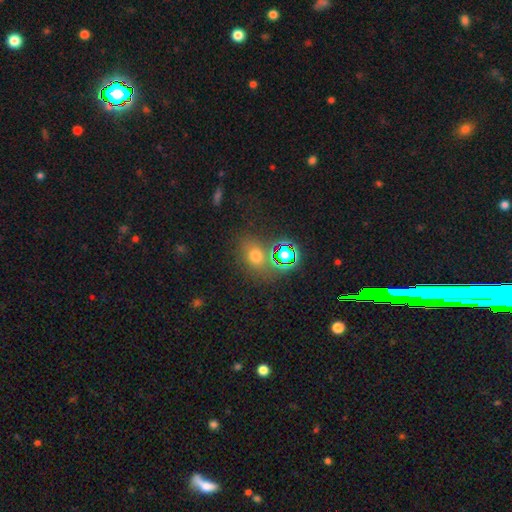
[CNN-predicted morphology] This appears to be a smooth galaxy with no disk features (62%) that is round (54%). Merging: none (72%).